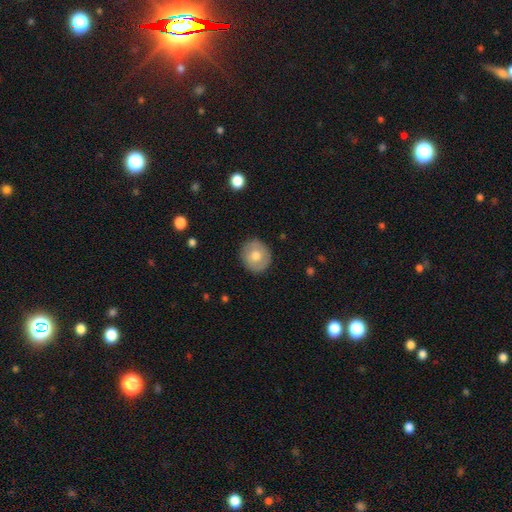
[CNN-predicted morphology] A smooth galaxy with no disk features (69%) that is round (87%).

Vote fractions:
- Smooth or featured? smooth: 69% / featured or disk: 24% / star or artifact: 7%
- How rounded? round: 87% / in between: 12% / cigar-shaped: 1%
- Merging? none: 89% / minor disturbance: 8% / major disturbance: 2% / merger: 1%